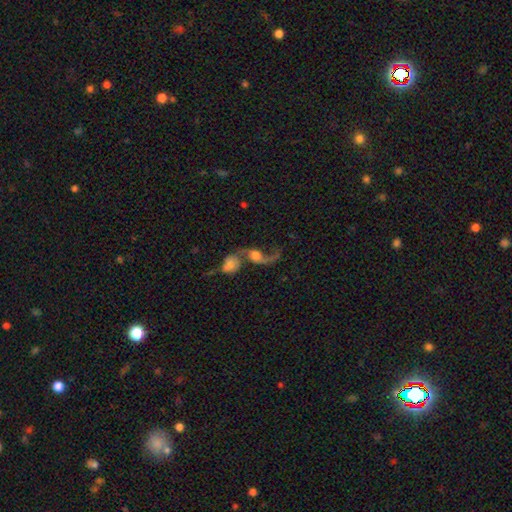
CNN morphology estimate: type=featured or disk (69%); edge-on=no (95%); bar=no (66%); spiral arms=yes (86%); winding=loose (87%); arm count=2 (61%); bulge=moderate (43%); merging=merger (63%).